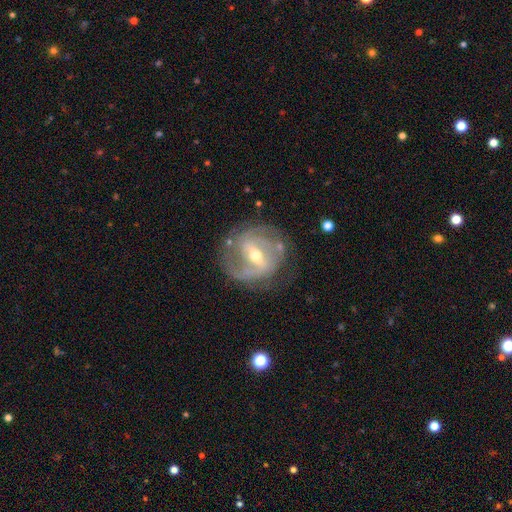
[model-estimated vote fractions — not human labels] Smooth or featured: featured or disk — 86% (smooth — 8%)
Edge-on disk: no — 96% (yes — 4%)
Bar: strong — 46% (weak — 41%)
Spiral arms: yes — 91% (no — 9%)
Spiral winding: tight — 44% (medium — 41%)
Spiral arm count: 2 — 58% (can't tell — 18%)
Bulge size: moderate — 60% (small — 36%)
Merging: none — 70% (minor disturbance — 18%)